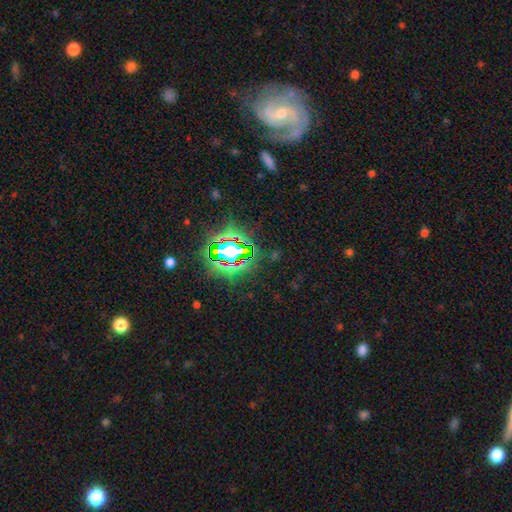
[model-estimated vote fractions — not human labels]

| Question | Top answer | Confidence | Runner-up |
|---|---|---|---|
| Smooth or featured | star or artifact | 58% | featured or disk (26%) |